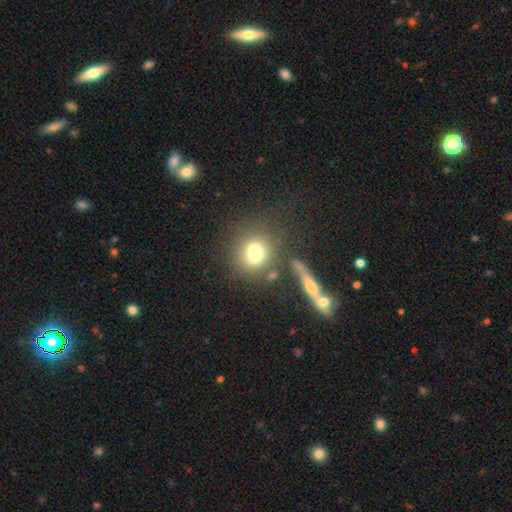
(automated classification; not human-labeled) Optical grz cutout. It shows a smooth galaxy with no disk features (67%) that is round (81%). Merging: none (43%, tied with merger).